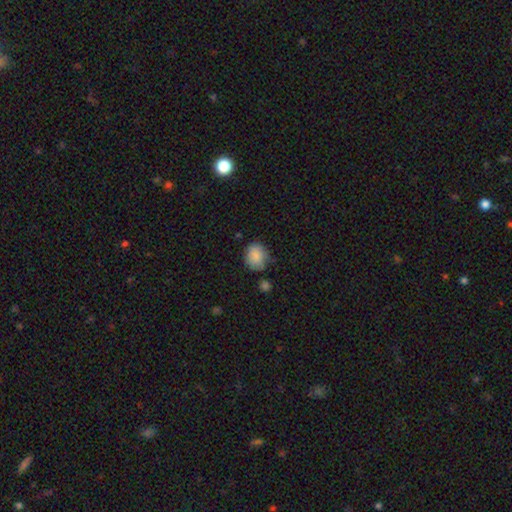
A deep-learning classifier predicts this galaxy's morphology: This is clearly a smooth galaxy (86%). How rounded: likely round (62%). Merging: likely none (72%).